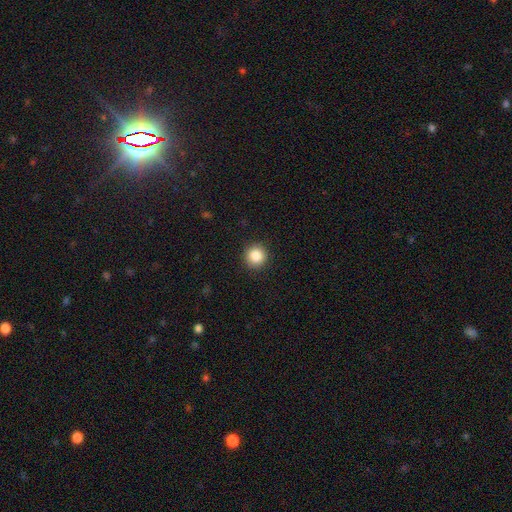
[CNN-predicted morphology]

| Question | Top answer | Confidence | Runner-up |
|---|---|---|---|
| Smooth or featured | smooth | 87% | star or artifact (9%) |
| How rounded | round | 94% | in between (5%) |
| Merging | none | 92% | minor disturbance (5%) |